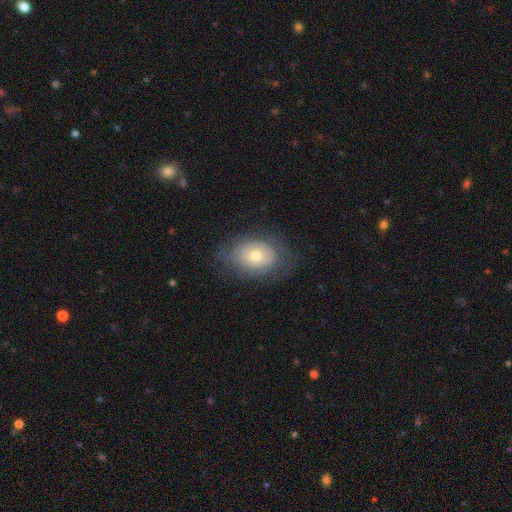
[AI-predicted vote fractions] Smooth or featured: smooth — 54% (featured or disk — 38%)
How rounded: in between — 76% (round — 23%)
Merging: none — 71% (minor disturbance — 19%)